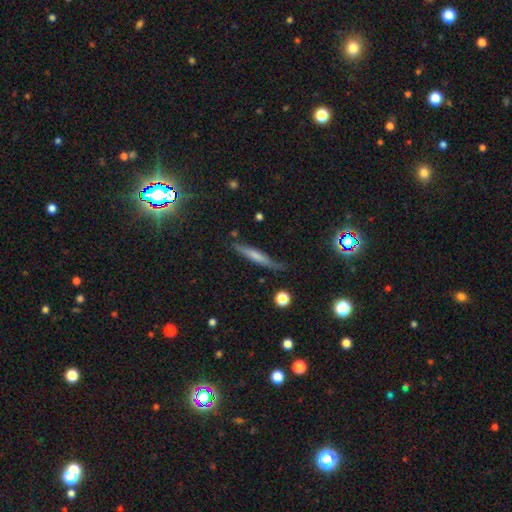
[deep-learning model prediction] A smooth galaxy with no disk features (53%) that is cigar-shaped (91%).

Vote fractions:
- Smooth or featured? smooth: 53% / featured or disk: 38% / star or artifact: 9%
- How rounded? cigar-shaped: 91% / in between: 7% / round: 2%
- Merging? none: 75% / minor disturbance: 19% / major disturbance: 4% / merger: 2%